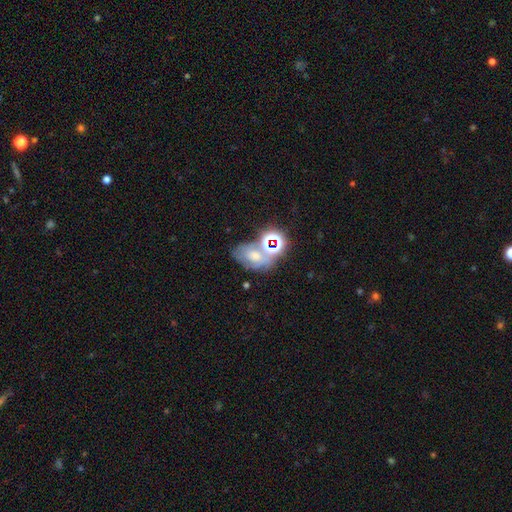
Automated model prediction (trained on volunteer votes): This appears to be a smooth galaxy with no disk features (42%). Merging: none (42%).